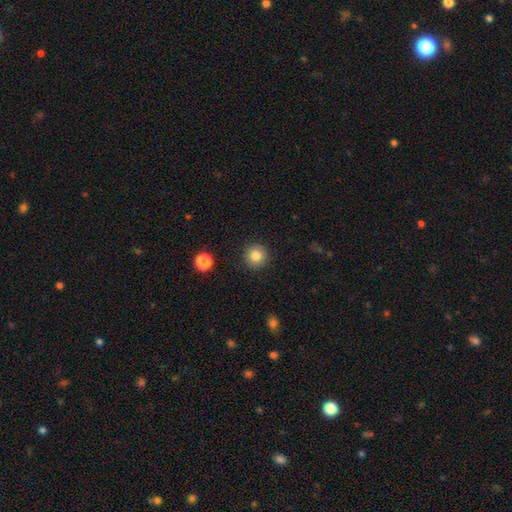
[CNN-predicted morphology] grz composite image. It shows a smooth galaxy with no disk features (84%) that is round (95%). Merging: none (92%).